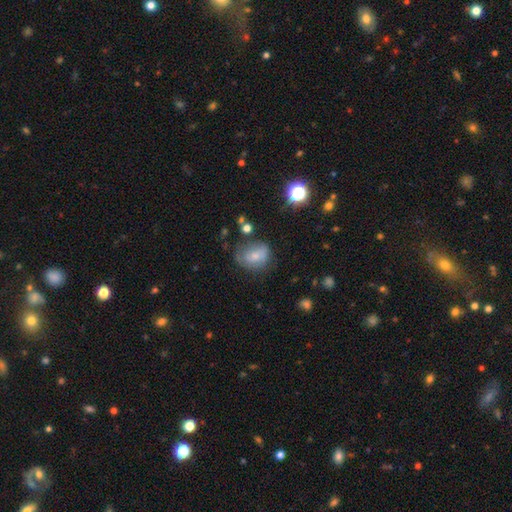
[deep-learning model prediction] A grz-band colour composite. It shows a smooth galaxy with no disk features (53%) that is round (53%). Merging: none (49%).